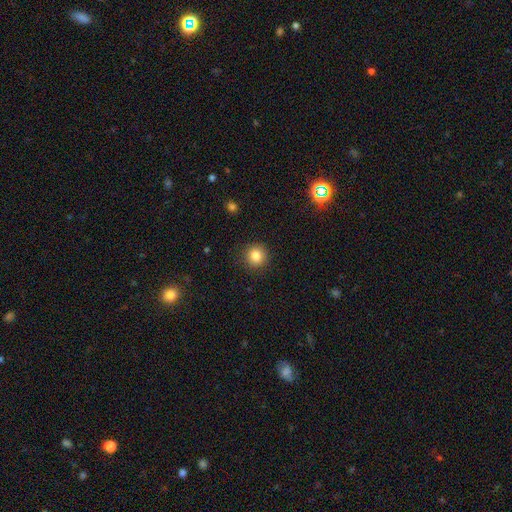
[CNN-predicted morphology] smooth_or_featured: smooth (p=0.83) [alt: star or artifact p=0.11]
how_rounded: round (p=0.92) [alt: in between p=0.07]
merging: none (p=0.90) [alt: minor disturbance p=0.07]